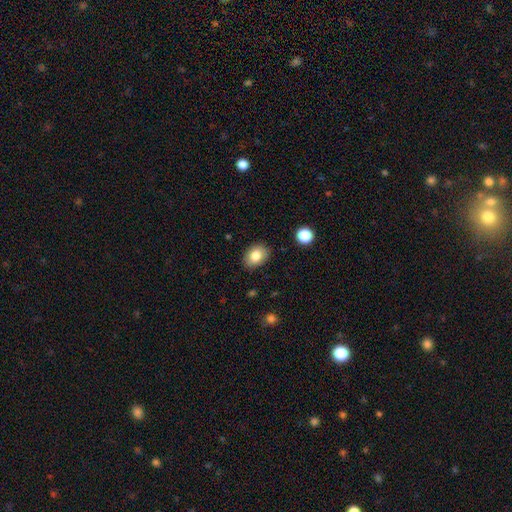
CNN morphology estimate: This appears to be a smooth galaxy with no disk features (83%) that is in between round and cigar-shaped (74%). Merging: none (86%).